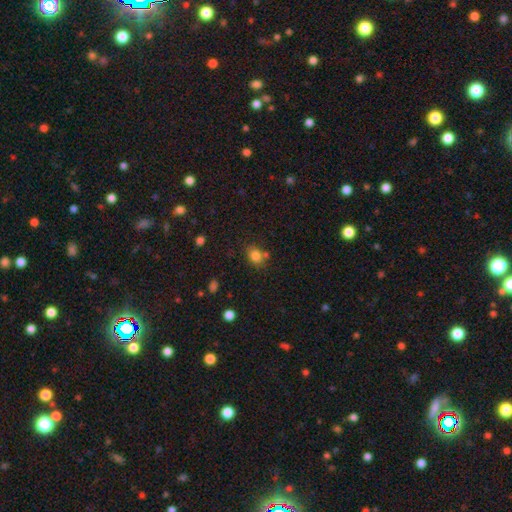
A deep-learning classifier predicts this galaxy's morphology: A smooth galaxy with no disk features (81%) that is round (51%).

Vote fractions:
- Smooth or featured? smooth: 81% / star or artifact: 12% / featured or disk: 7%
- How rounded? round: 51% / in between: 48% / cigar-shaped: 1%
- Merging? none: 67% / merger: 15% / minor disturbance: 14% / major disturbance: 4%